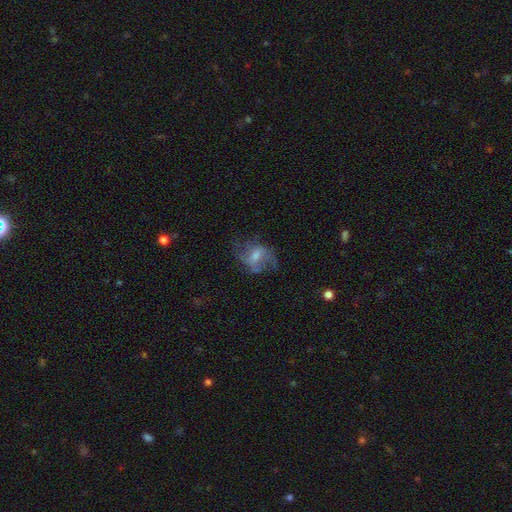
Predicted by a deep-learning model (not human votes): Smooth or featured? Predicted: featured or disk (p=0.66). Edge-on disk? Predicted: no (p=0.96). Bar? Predicted: weak (p=0.48). Spiral arms? Predicted: yes (p=0.80). Spiral winding? Predicted: loose (p=0.49). Spiral arm count? Predicted: 2 (p=0.61). Bulge size? Predicted: moderate (p=0.48). Merging? Predicted: none (p=0.56).